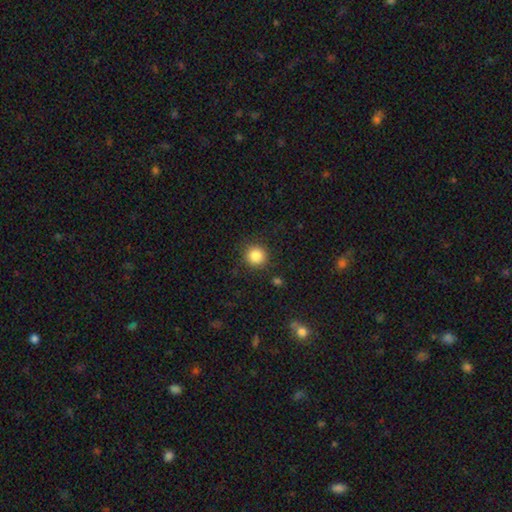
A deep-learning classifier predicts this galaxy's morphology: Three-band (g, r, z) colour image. It shows a smooth galaxy with no disk features (86%) that is round (94%). Merging: none (89%).